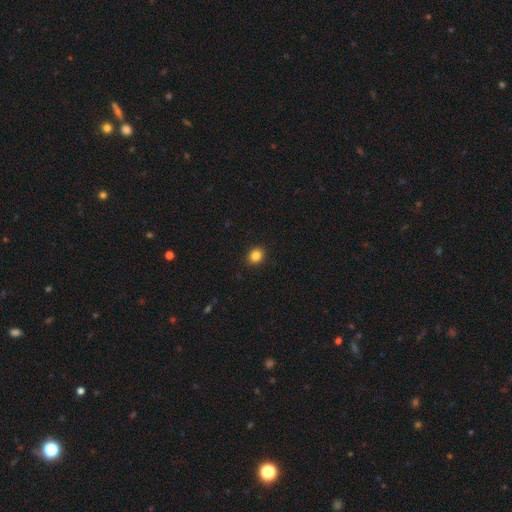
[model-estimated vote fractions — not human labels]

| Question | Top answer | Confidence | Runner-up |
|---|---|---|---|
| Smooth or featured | smooth | 85% | star or artifact (11%) |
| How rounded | round | 70% | in between (29%) |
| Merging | none | 92% | minor disturbance (6%) |